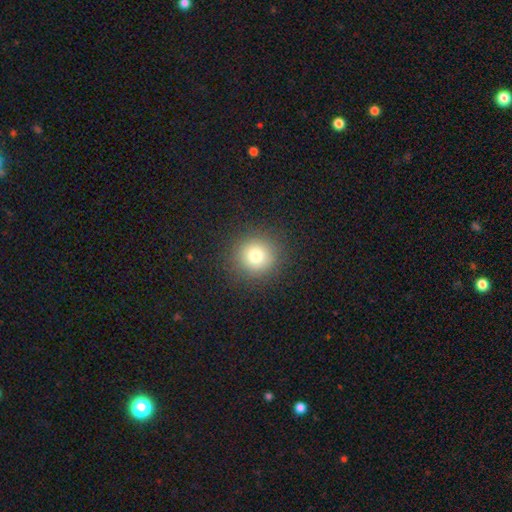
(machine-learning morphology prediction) Q: Smooth or featured?
A: smooth (77%); runner-up: star or artifact (14%)
Q: How rounded?
A: round (93%); runner-up: in between (6%)
Q: Merging?
A: none (90%); runner-up: minor disturbance (6%)